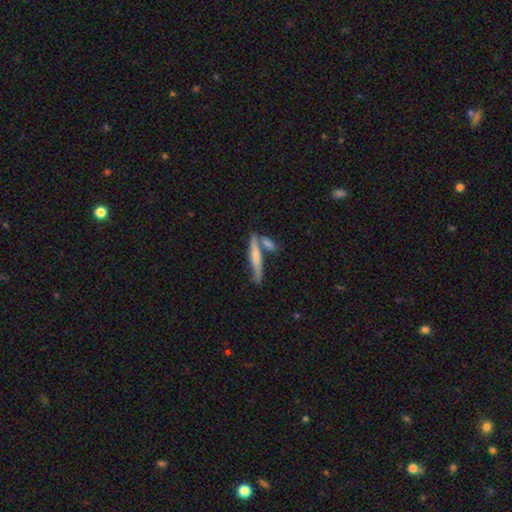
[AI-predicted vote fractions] This is likely a smooth galaxy (61%). How rounded: clearly cigar-shaped (87%). Merging: possibly none (57%).